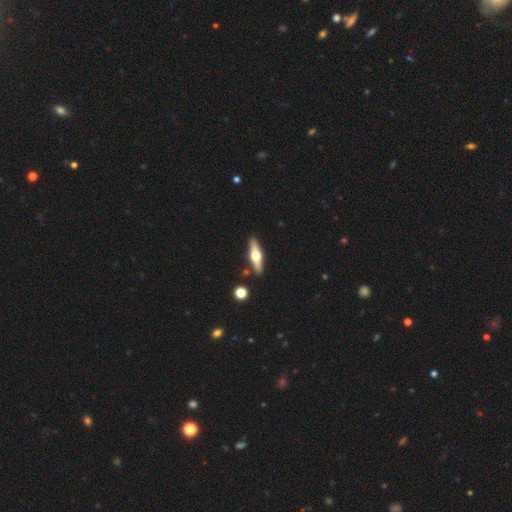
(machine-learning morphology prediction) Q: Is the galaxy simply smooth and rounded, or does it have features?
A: featured or disk — 64%.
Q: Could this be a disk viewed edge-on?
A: yes — 95%.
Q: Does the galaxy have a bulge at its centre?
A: rounded — 96%.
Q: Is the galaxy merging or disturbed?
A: none — 87%.